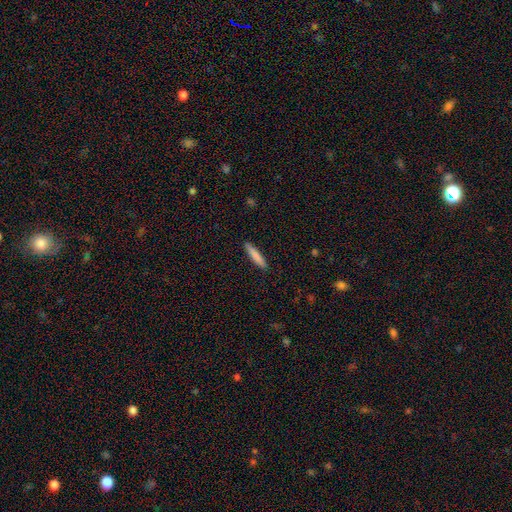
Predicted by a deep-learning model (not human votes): This is clearly a smooth galaxy (84%). How rounded: clearly cigar-shaped (90%). Merging: clearly none (91%).